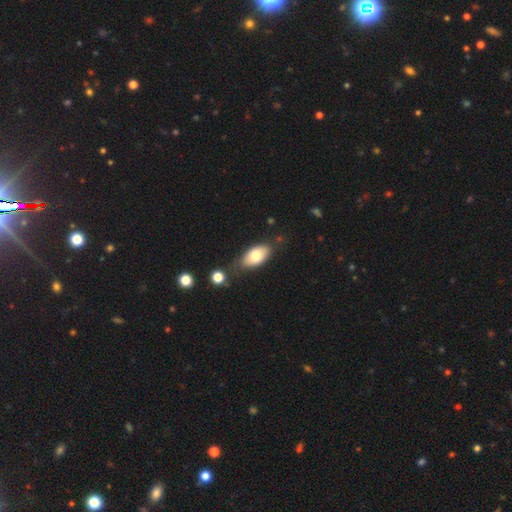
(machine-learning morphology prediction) Smooth or featured?
  - smooth: 75% *
  - featured or disk: 18%
  - star or artifact: 7%
How rounded?
  - in between: 92% *
  - round: 4%
  - cigar-shaped: 4%
Merging?
  - none: 70% *
  - minor disturbance: 19%
  - merger: 7%
  - major disturbance: 5%